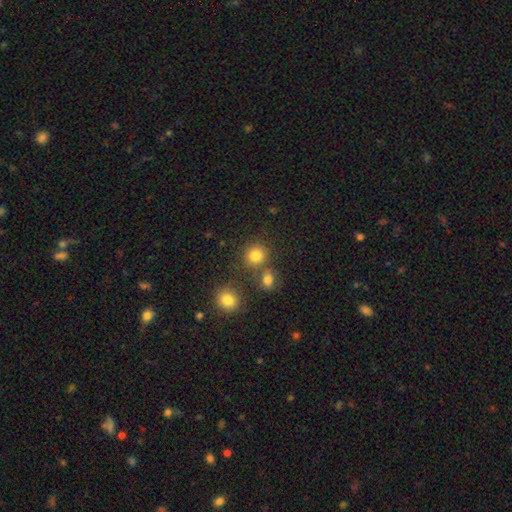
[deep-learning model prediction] This is clearly a smooth galaxy (81%). How rounded: clearly round (85%). Merging: likely none (70%).